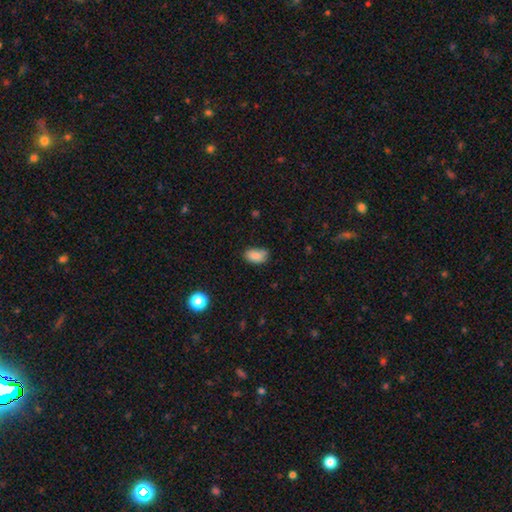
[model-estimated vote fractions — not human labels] The model was most divided on "merging": none: 60%, minor disturbance: 30%, major disturbance: 6%, merger: 5%. More confident: how rounded — in between (88%); smooth or featured — smooth (84%).